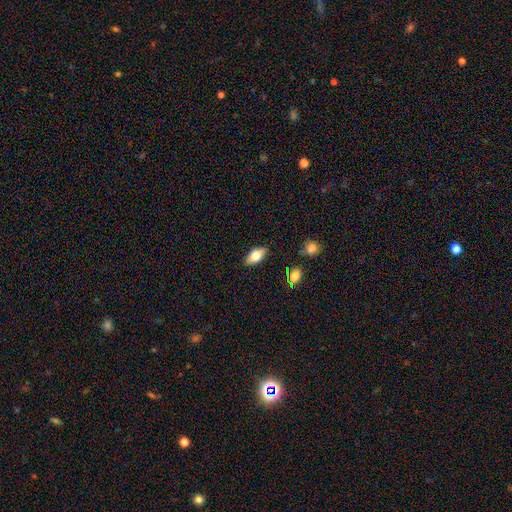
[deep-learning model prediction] This is likely a smooth galaxy (70%). How rounded: clearly in between (87%). Merging: clearly none (86%).